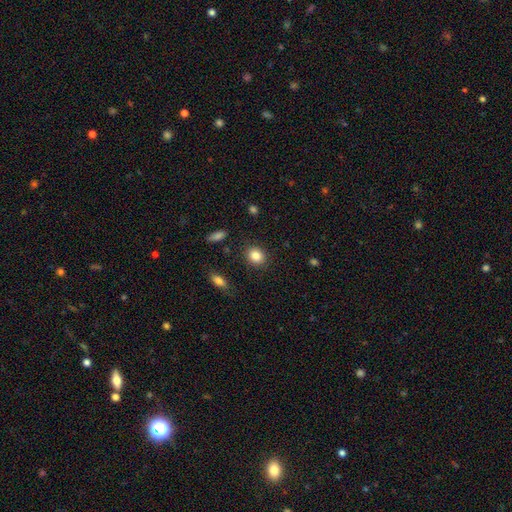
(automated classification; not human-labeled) The model was most divided on "how rounded": round: 64%, in between: 35%, cigar-shaped: 1%. More confident: merging — none (88%); smooth or featured — smooth (85%).